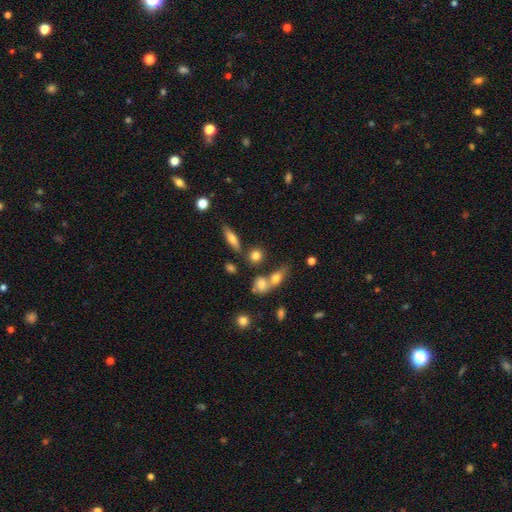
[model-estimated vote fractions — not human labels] Smooth or featured?
  - smooth: 75% *
  - featured or disk: 14%
  - star or artifact: 12%
How rounded?
  - round: 65% *
  - in between: 28%
  - cigar-shaped: 8%
Merging?
  - none: 64% *
  - merger: 21%
  - minor disturbance: 12%
  - major disturbance: 4%